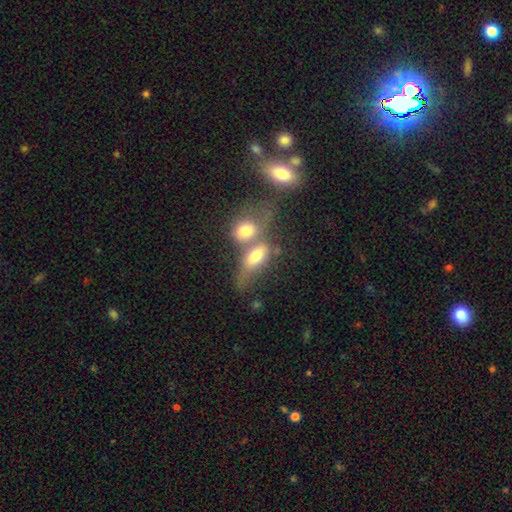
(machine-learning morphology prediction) Smooth or featured? smooth (68%)
How rounded? in between (79%)
Merging? merger (64%)